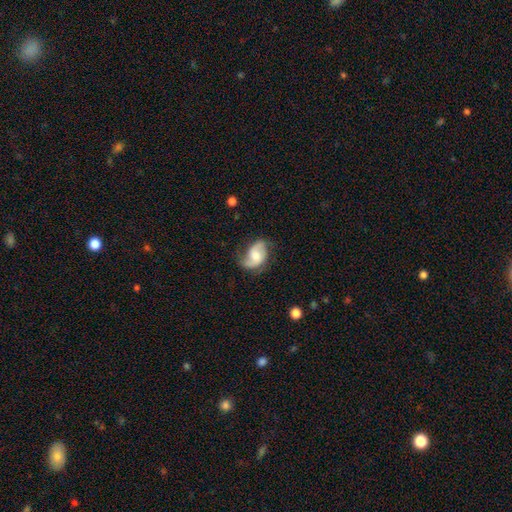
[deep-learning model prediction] smooth_or_featured: featured or disk (p=0.60) [alt: smooth p=0.33]
disk_edge_on: no (p=0.97) [alt: yes p=0.03]
bar: no (p=0.55) [alt: weak p=0.36]
has_spiral_arms: yes (p=0.89) [alt: no p=0.11]
spiral_winding: loose (p=0.44) [alt: medium p=0.40]
spiral_arm_count: 2 (p=0.72) [alt: 1 p=0.17]
bulge_size: moderate (p=0.49) [alt: small p=0.26]
merging: none (p=0.50) [alt: minor disturbance p=0.30]